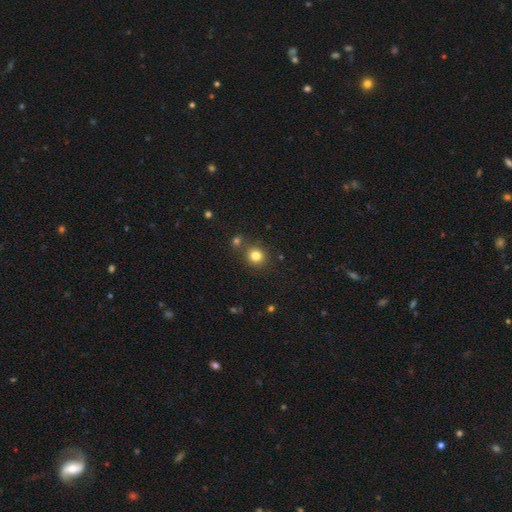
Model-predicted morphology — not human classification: The model was most divided on "smooth or featured": smooth: 81%, star or artifact: 14%, featured or disk: 6%. More confident: how rounded — round (89%); merging — none (78%).